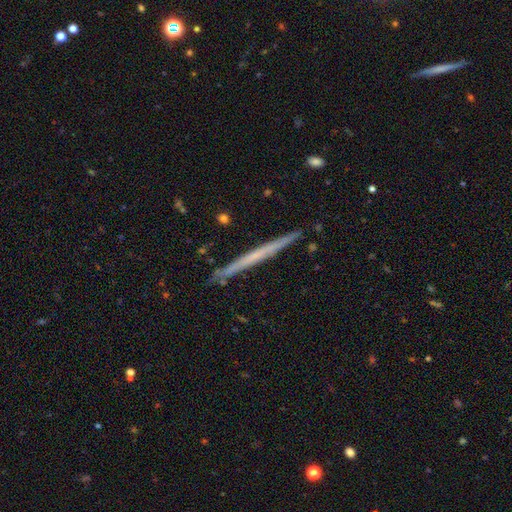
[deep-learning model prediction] Morphology: type=featured or disk (56%); edge-on=yes (98%); edge-on bulge=none (86%); merging=none (90%).